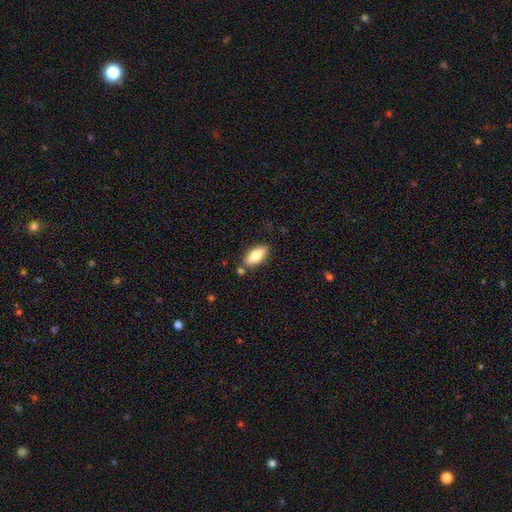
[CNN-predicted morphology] This is likely a smooth galaxy (76%). How rounded: clearly in between (87%). Merging: likely none (79%).